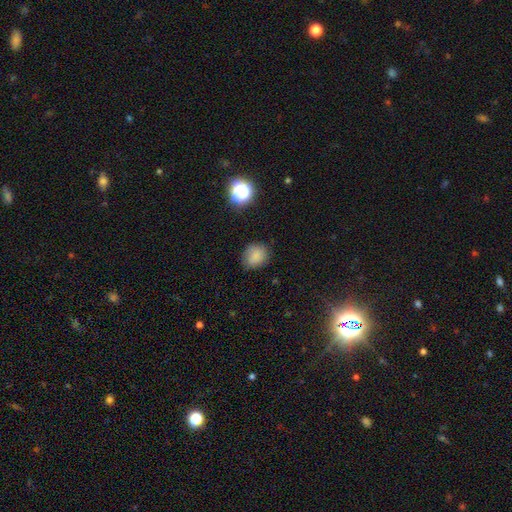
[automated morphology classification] This appears to be a smooth galaxy with no disk features (82%) that is round (69%). Merging: none (77%).